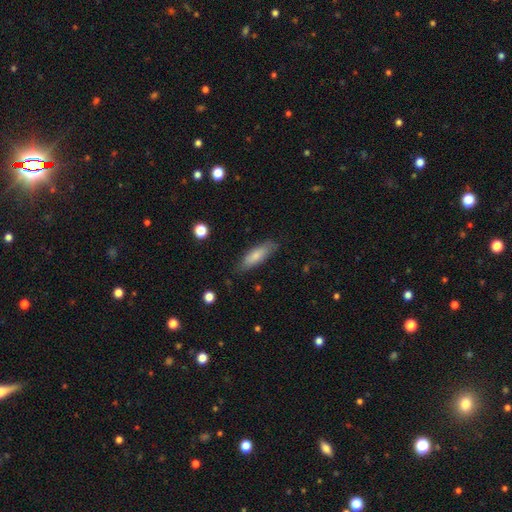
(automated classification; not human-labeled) Overall: smooth (76%). How rounded: in between (54%; cigar-shaped 44%). Merging: none (78%).